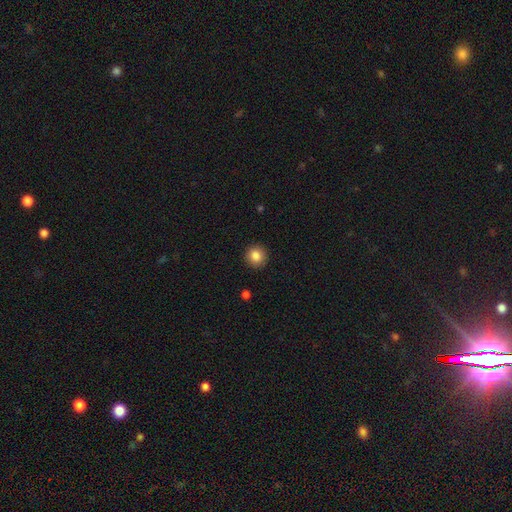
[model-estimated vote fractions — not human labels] Smooth or featured? Predicted: smooth (p=0.85). How rounded? Predicted: round (p=0.93). Merging? Predicted: none (p=0.92).